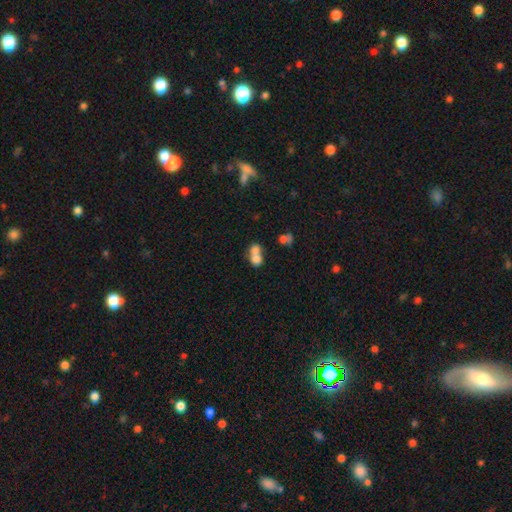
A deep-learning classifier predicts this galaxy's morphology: A smooth galaxy with no disk features (72%) that is round (59%). Merging: merger (71%).